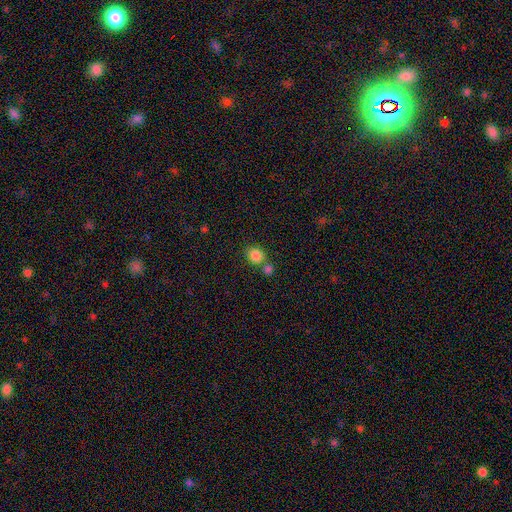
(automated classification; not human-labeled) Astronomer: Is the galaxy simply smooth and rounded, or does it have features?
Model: smooth — 85%.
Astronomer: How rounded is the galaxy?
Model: round — 75%.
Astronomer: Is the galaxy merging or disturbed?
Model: none — 62%.